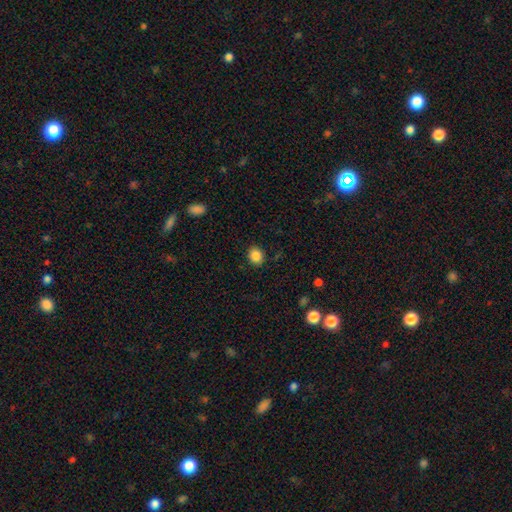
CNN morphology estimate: smooth 86%, star or artifact 10%, featured or disk 4%. Down the decision tree: how rounded — round (59%); merging — none (88%).